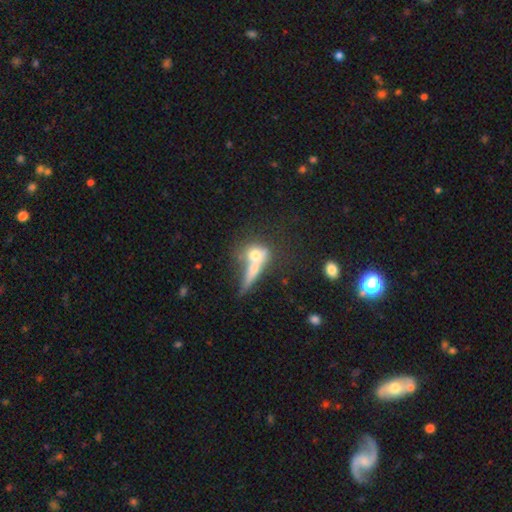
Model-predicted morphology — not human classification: smooth 63%, featured or disk 28%, star or artifact 9%. Down the decision tree: how rounded — round (50%); merging — merger (57%).